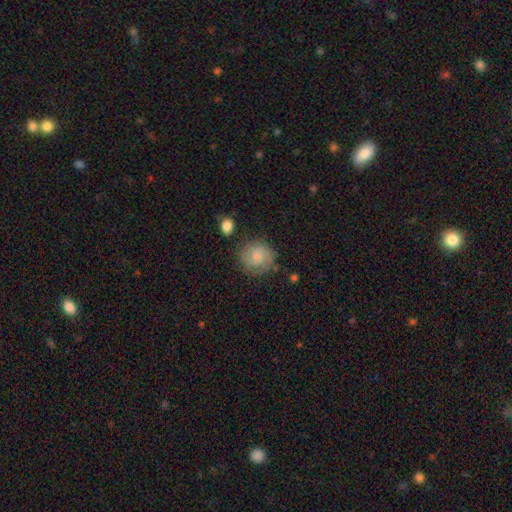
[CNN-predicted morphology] smooth-or-featured: smooth: 55% | featured or disk: 37% | star or artifact: 8%
  how-rounded: round: 88% | in between: 11% | cigar-shaped: 1%
  merging: none: 76% | minor disturbance: 16% | major disturbance: 5% | merger: 3%